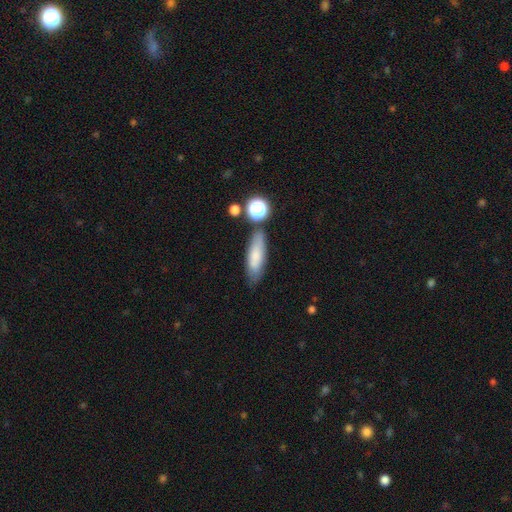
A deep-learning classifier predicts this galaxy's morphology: A smooth galaxy with no disk features (76%) that is in between round and cigar-shaped (49%). Merging: none (71%).